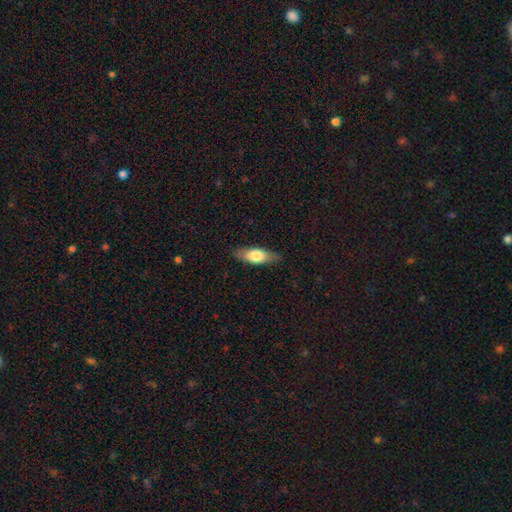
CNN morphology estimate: smooth_or_featured: smooth (p=0.66) [alt: featured or disk p=0.28]
how_rounded: in between (p=0.68) [alt: cigar-shaped p=0.29]
merging: none (p=0.84) [alt: minor disturbance p=0.12]